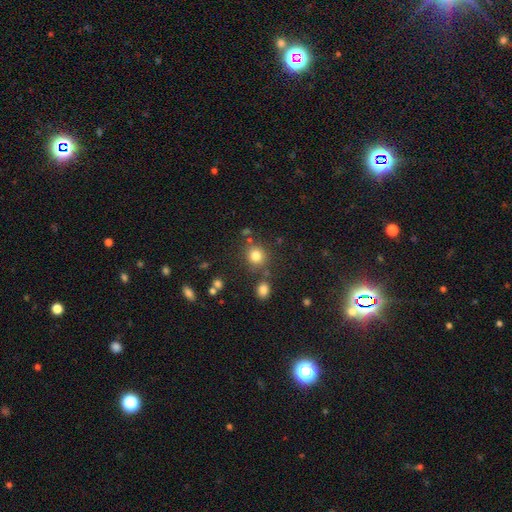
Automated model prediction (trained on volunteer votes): The model was most divided on "smooth or featured": smooth: 80%, star or artifact: 13%, featured or disk: 7%. More confident: how rounded — round (86%); merging — none (77%).